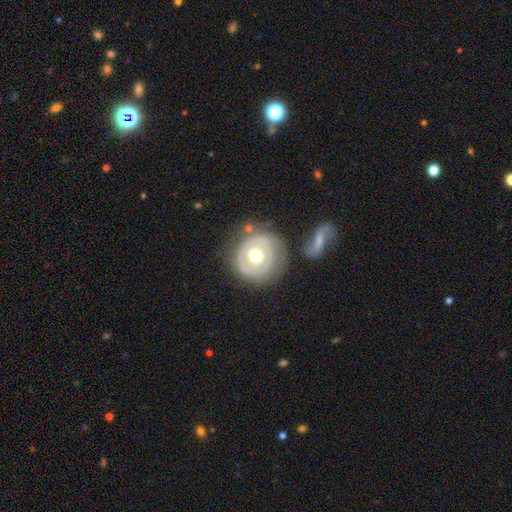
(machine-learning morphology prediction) Smooth or featured? Predicted: featured or disk (p=0.52). Edge-on disk? Predicted: no (p=0.95). Merging? Predicted: none (p=0.65).